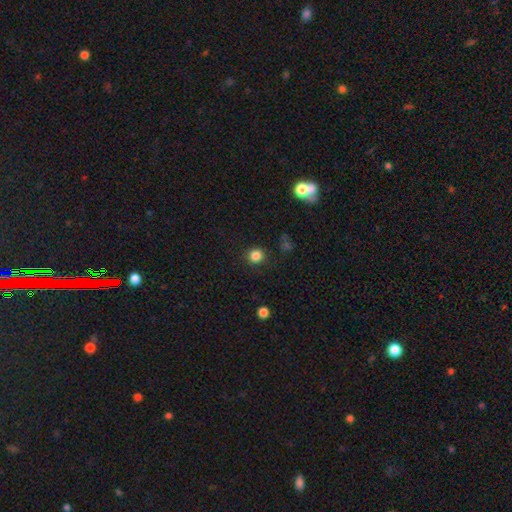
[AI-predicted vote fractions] Smooth or featured? smooth (83%)
How rounded? round (92%)
Merging? none (88%)